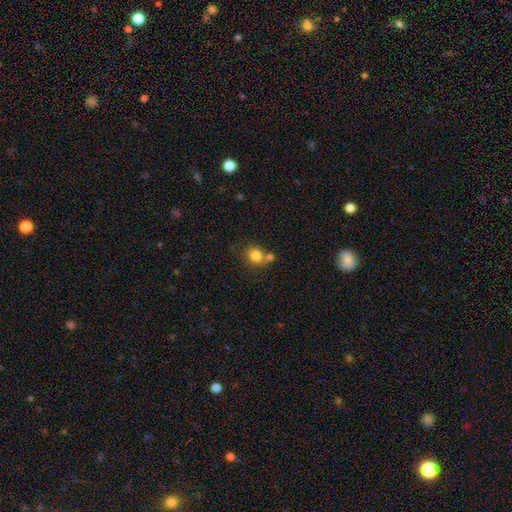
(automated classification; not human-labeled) smooth_or_featured: smooth (p=0.81) [alt: star or artifact p=0.10]
how_rounded: round (p=0.73) [alt: in between p=0.26]
merging: none (p=0.51) [alt: merger p=0.33]